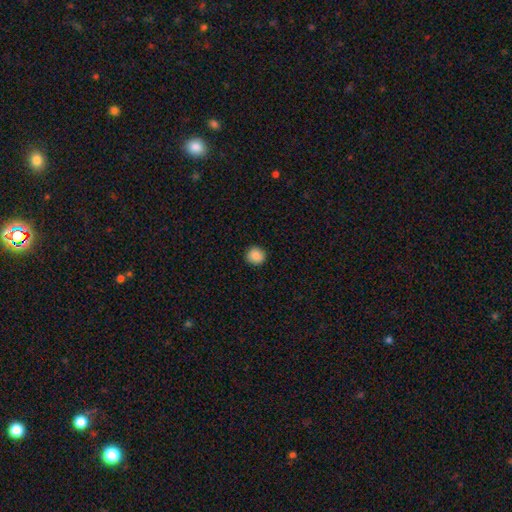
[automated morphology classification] smooth 88%, star or artifact 9%, featured or disk 3%. Down the decision tree: how rounded — round (92%); merging — none (92%).